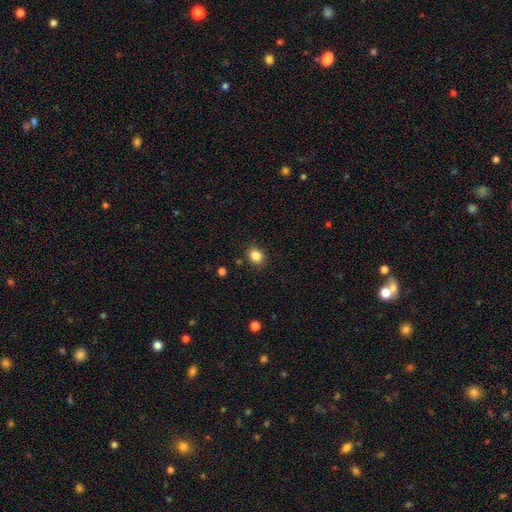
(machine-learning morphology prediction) The model was most divided on "how rounded": round: 65%, in between: 34%, cigar-shaped: 1%. More confident: merging — none (87%); smooth or featured — smooth (84%).